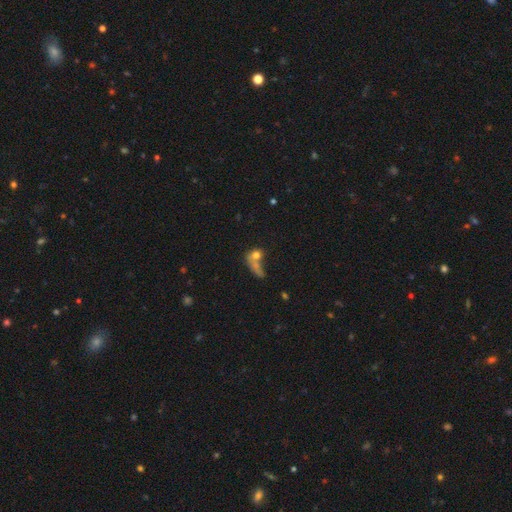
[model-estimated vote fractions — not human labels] Q: Smooth or featured?
A: smooth (54%); runner-up: featured or disk (25%)
Q: How rounded?
A: round (47%); runner-up: in between (42%)
Q: Merging?
A: merger (40%); runner-up: none (27%)